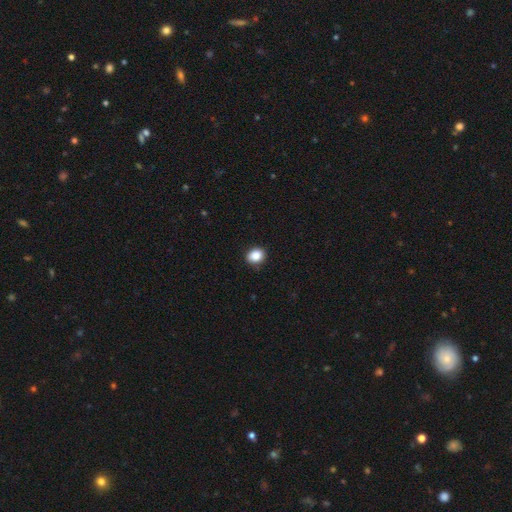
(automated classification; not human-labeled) smooth 88%, star or artifact 9%, featured or disk 4%. Down the decision tree: how rounded — round (52%); merging — none (89%).